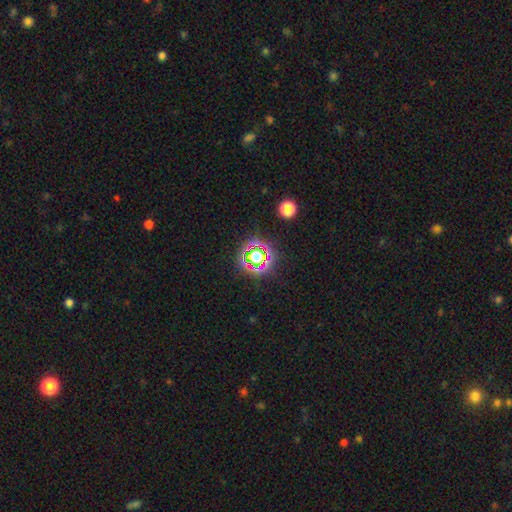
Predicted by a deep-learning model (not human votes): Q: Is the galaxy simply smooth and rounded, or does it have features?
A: star or artifact — 58%.